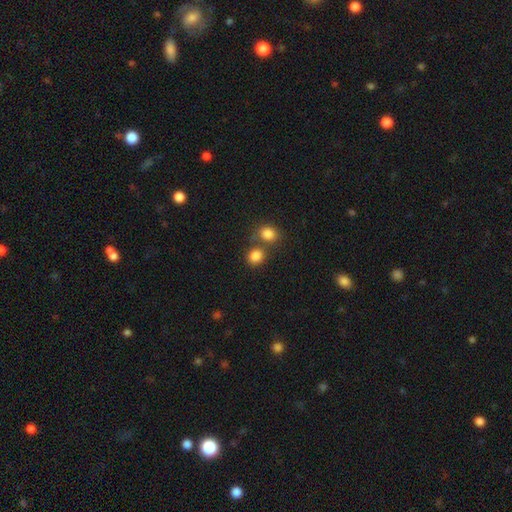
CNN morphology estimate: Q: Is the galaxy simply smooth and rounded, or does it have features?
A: smooth — 84%.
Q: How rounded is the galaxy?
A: round — 76%.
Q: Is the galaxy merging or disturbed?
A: none — 56%.